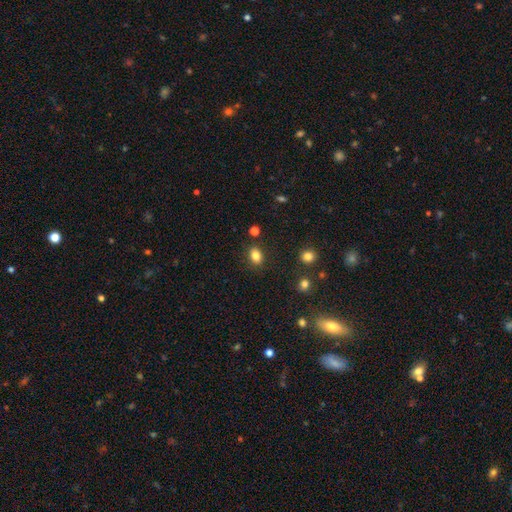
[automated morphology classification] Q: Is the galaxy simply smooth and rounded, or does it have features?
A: smooth — 83%.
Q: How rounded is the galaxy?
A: in between — 75%.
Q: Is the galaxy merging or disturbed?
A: none — 84%.